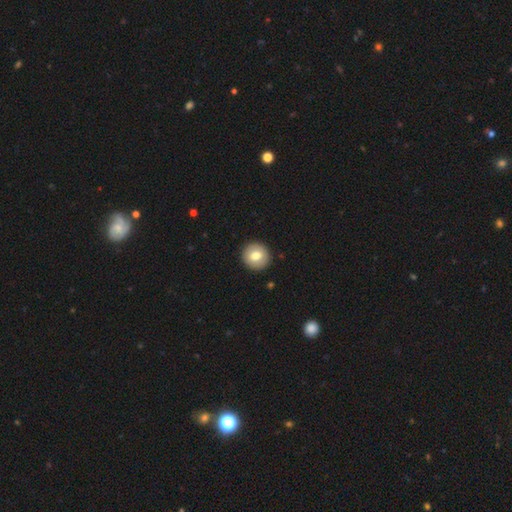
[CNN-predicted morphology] This appears to be a smooth galaxy with no disk features (76%) that is round (92%). Merging: none (93%).